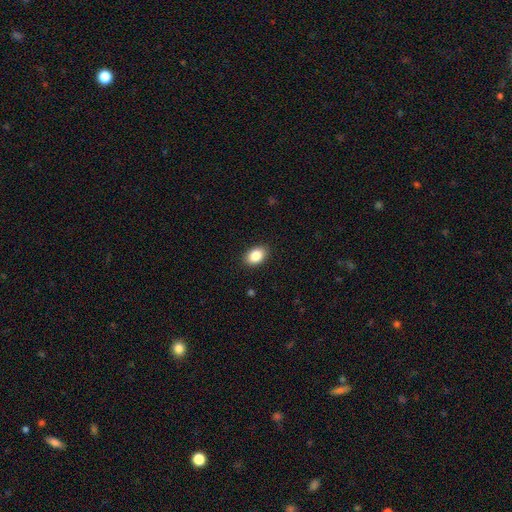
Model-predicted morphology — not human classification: Overall: smooth (87%). How rounded: in between (83%). Merging: none (89%).